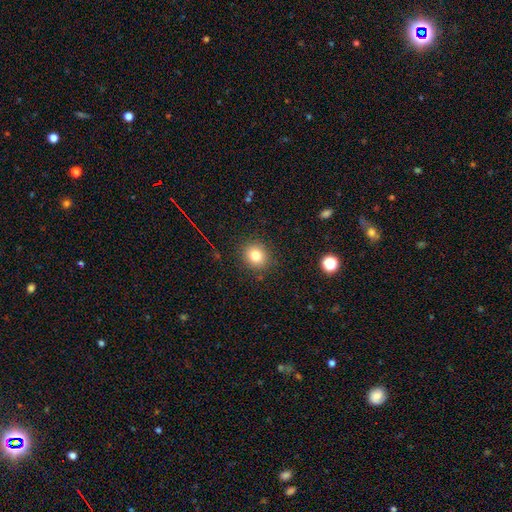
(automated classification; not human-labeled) smooth_or_featured: smooth (p=0.80) [alt: star or artifact p=0.12]
how_rounded: round (p=0.82) [alt: in between p=0.17]
merging: none (p=0.88) [alt: minor disturbance p=0.08]